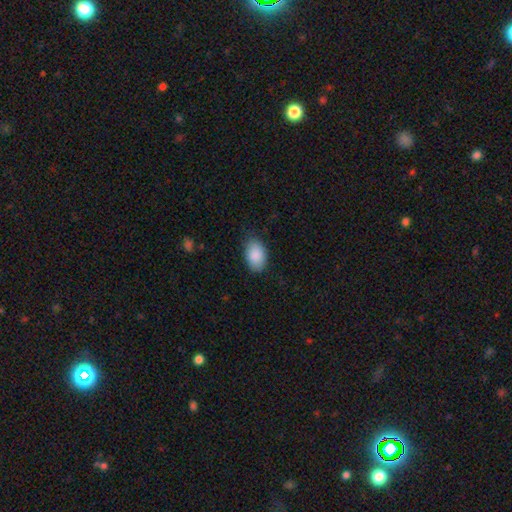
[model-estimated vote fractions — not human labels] Overall: smooth (90%). How rounded: in between (91%). Merging: none (81%).